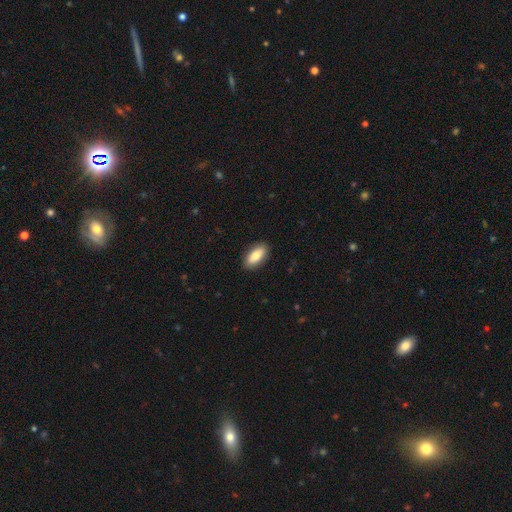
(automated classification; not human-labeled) Overall: smooth (83%). How rounded: in between (88%). Merging: none (89%).